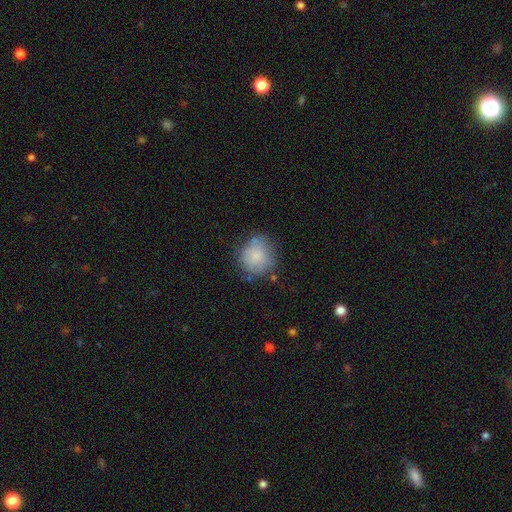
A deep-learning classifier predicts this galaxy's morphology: The model was most divided on "merging": none: 59%, minor disturbance: 26%, major disturbance: 9%, merger: 6%. More confident: how rounded — round (82%); smooth or featured — smooth (77%).